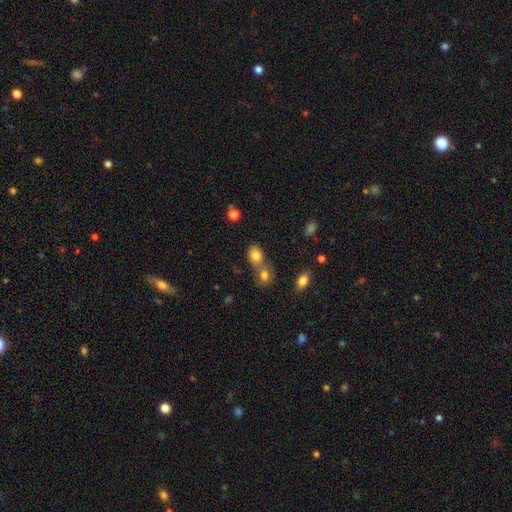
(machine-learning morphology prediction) Smooth or featured: smooth — 81% (star or artifact — 10%)
How rounded: in between — 68% (round — 30%)
Merging: merger — 47% (none — 39%)